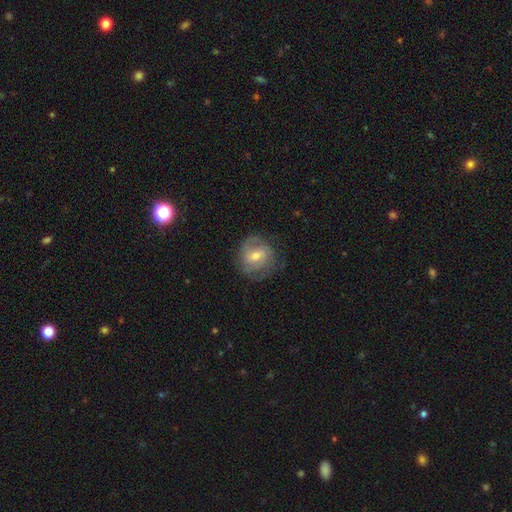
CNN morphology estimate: Smooth or featured? featured or disk (65%)
Edge-on disk? no (97%)
Bar? weak (53%)
Spiral arms? yes (85%)
Spiral winding? tight (43%)
Spiral arm count? 2 (55%)
Bulge size? moderate (58%)
Merging? none (71%)